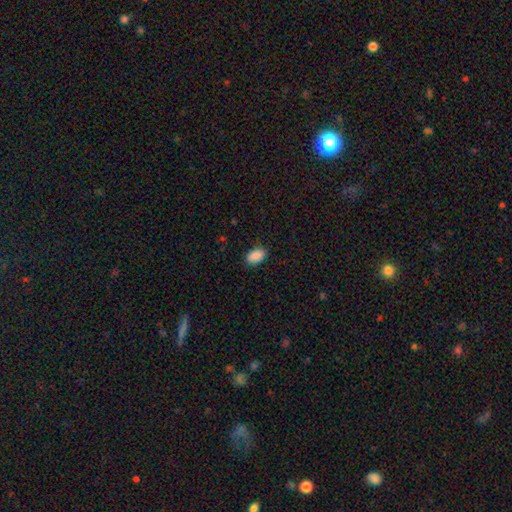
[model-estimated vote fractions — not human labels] Morphology: type=smooth (89%); roundness=in between (90%); merging=none (83%).